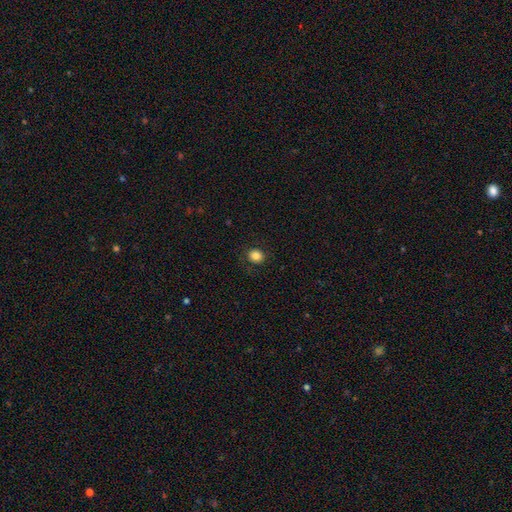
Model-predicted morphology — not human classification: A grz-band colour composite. It shows a smooth galaxy with no disk features (84%) that is round (81%). Merging: none (88%).